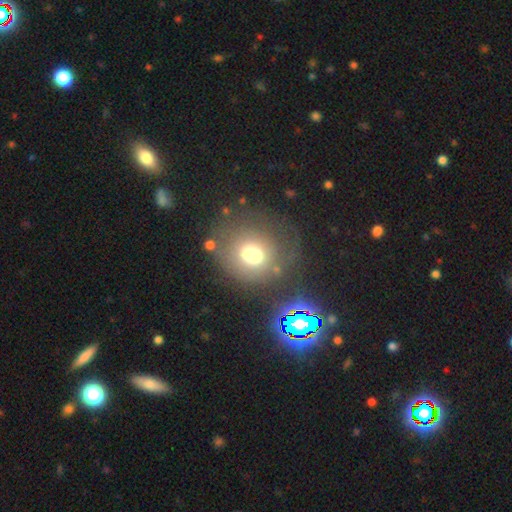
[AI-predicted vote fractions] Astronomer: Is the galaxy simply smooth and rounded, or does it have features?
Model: smooth — 60%.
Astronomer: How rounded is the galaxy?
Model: round — 80%.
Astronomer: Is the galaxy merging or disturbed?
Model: none — 56%.